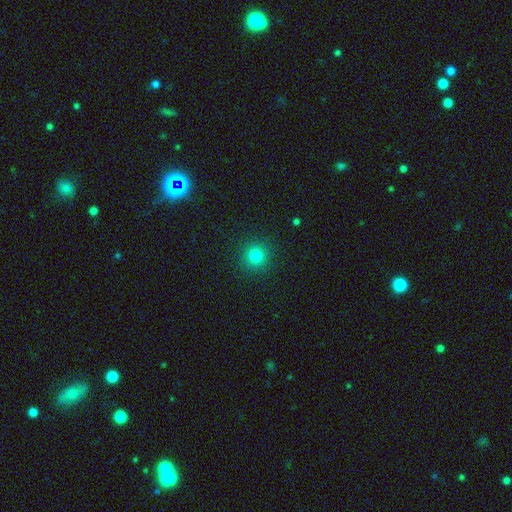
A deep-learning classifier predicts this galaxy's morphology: Q: Smooth or featured?
A: smooth (81%); runner-up: star or artifact (14%)
Q: How rounded?
A: round (94%); runner-up: in between (5%)
Q: Merging?
A: none (91%); runner-up: minor disturbance (6%)